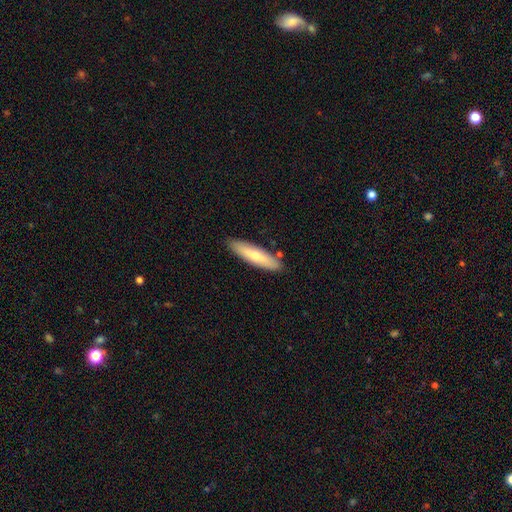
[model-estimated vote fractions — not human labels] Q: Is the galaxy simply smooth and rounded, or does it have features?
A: smooth — 66%.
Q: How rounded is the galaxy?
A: cigar-shaped — 73%.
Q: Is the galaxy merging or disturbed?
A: none — 85%.